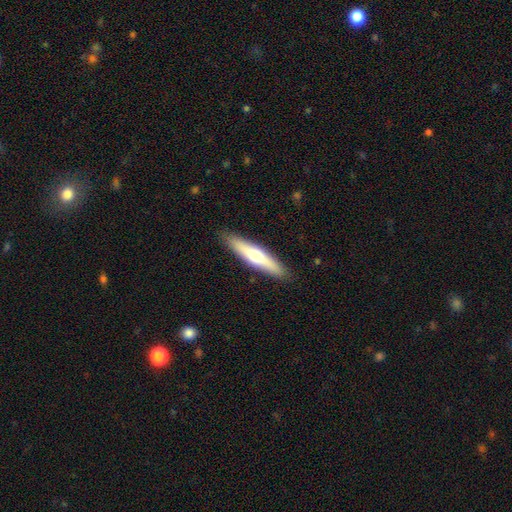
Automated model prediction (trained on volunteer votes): The model was most divided on "smooth or featured": smooth: 54%, featured or disk: 40%, star or artifact: 5%. More confident: merging — none (89%); how rounded — cigar-shaped (84%).